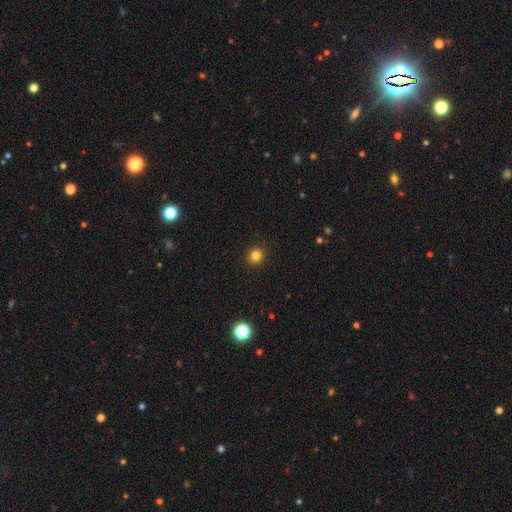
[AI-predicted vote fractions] Overall: smooth (82%). How rounded: round (85%). Merging: none (92%).